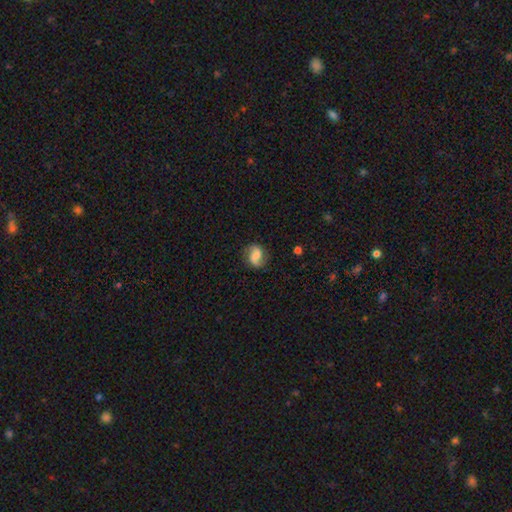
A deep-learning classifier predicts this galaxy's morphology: The model was most divided on "smooth or featured": featured or disk: 51%, smooth: 41%, star or artifact: 9%. More confident: edge-on disk — no (97%); merging — none (77%).